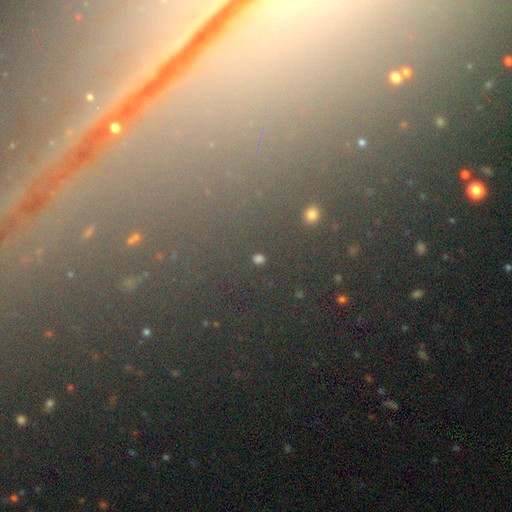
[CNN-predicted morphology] Smooth or featured? star or artifact (68%)